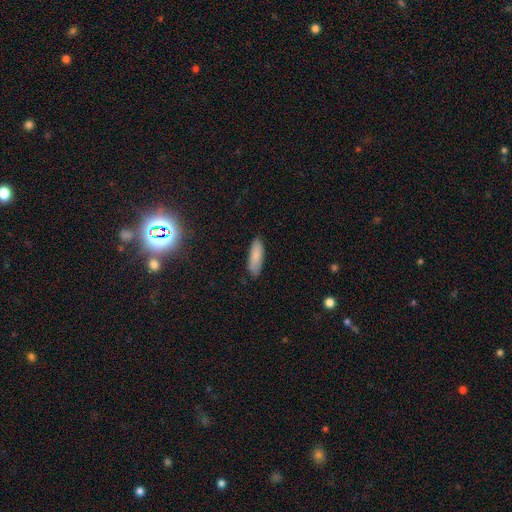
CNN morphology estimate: Smooth or featured: smooth — 85% (featured or disk — 9%)
How rounded: in between — 56% (cigar-shaped — 42%)
Merging: none — 81% (minor disturbance — 15%)